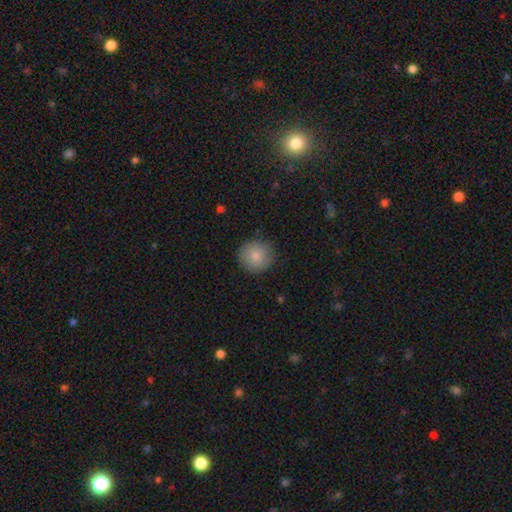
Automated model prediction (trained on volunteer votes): This is clearly a smooth galaxy (82%). How rounded: clearly round (94%). Merging: clearly none (86%).